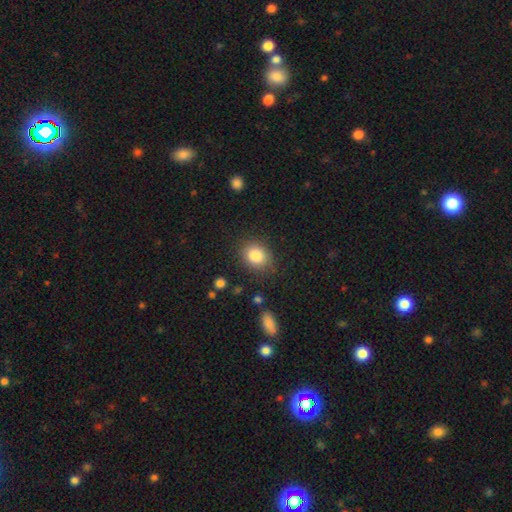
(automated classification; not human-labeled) Smooth or featured?
  - smooth: 84% *
  - star or artifact: 10%
  - featured or disk: 7%
How rounded?
  - round: 59% *
  - in between: 40%
  - cigar-shaped: 1%
Merging?
  - none: 83% *
  - minor disturbance: 11%
  - major disturbance: 4%
  - merger: 2%